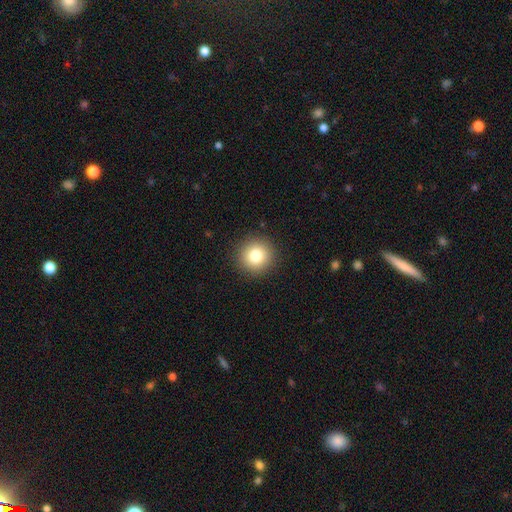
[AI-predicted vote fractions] Overall: smooth (82%). How rounded: round (94%). Merging: none (91%).